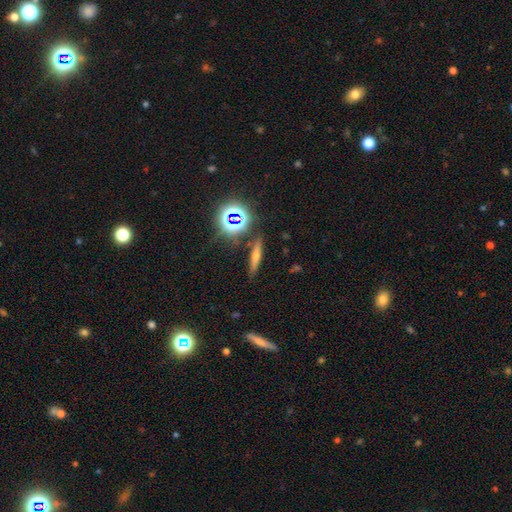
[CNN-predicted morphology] Overall: smooth (43%; featured or disk 35%). Merging: none (86%).